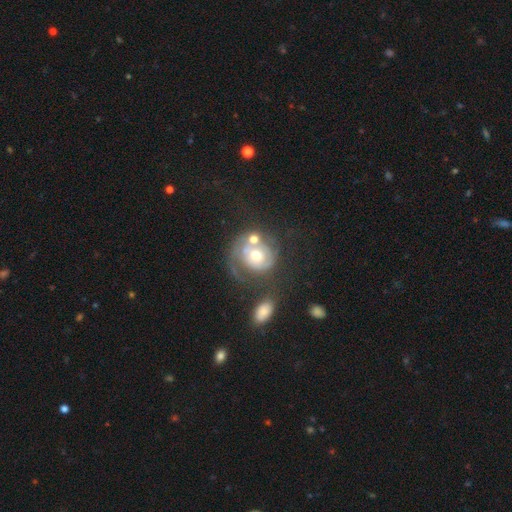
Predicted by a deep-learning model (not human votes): A featured or disk galaxy (70%) with no bar (80%), 1 (35%) tight (57%) spiral arms (74%) and a moderate central bulge (69%). Merging: none (34%).